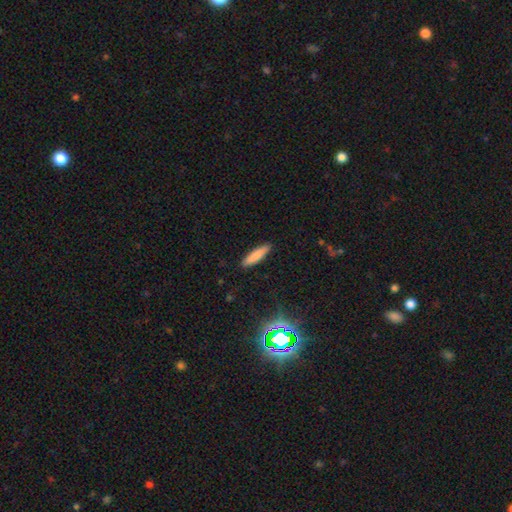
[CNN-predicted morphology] Overall: smooth (83%). How rounded: cigar-shaped (78%). Merging: none (90%).